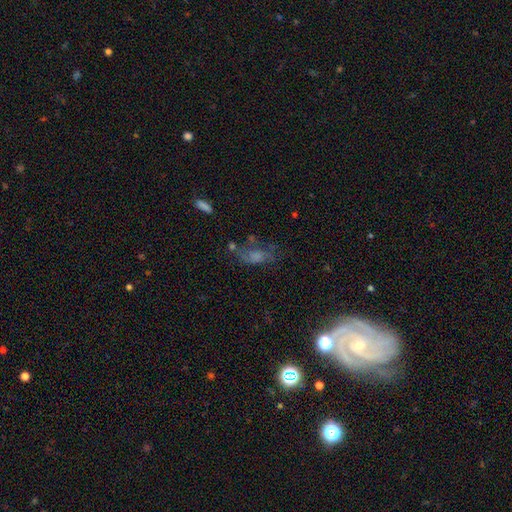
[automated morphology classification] Q: Smooth or featured?
A: smooth (41%); runner-up: featured or disk (39%)
Q: Merging?
A: none (42%); runner-up: major disturbance (27%)